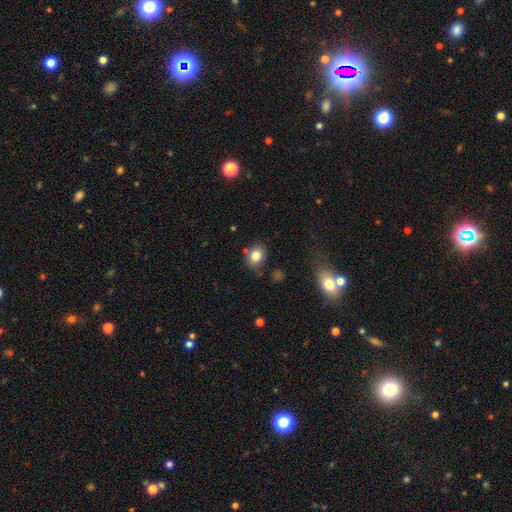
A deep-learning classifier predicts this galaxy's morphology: type=smooth (81%); roundness=in between (54%); merging=none (77%).